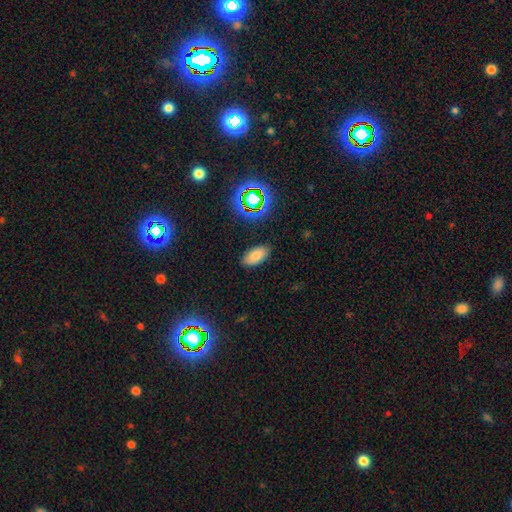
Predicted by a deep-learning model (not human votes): A smooth galaxy with no disk features (75%) that is in between round and cigar-shaped (93%).

Vote fractions:
- Smooth or featured? smooth: 75% / star or artifact: 15% / featured or disk: 10%
- How rounded? in between: 93% / round: 4% / cigar-shaped: 3%
- Merging? none: 85% / minor disturbance: 10% / major disturbance: 3% / merger: 1%